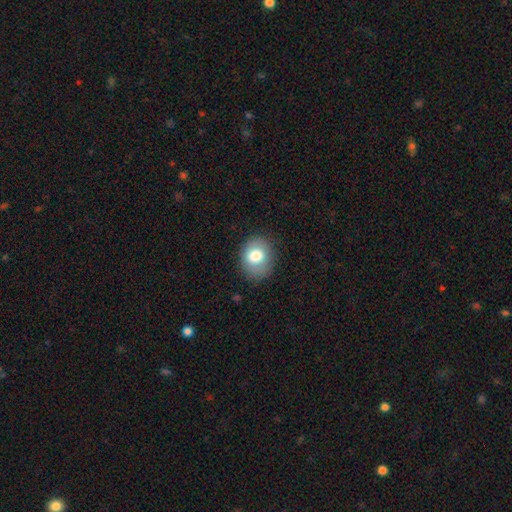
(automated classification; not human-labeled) Smooth or featured?
  - smooth: 77% *
  - featured or disk: 15%
  - star or artifact: 8%
How rounded?
  - round: 50% *
  - in between: 49%
  - cigar-shaped: 1%
Merging?
  - none: 79% *
  - minor disturbance: 15%
  - major disturbance: 5%
  - merger: 1%